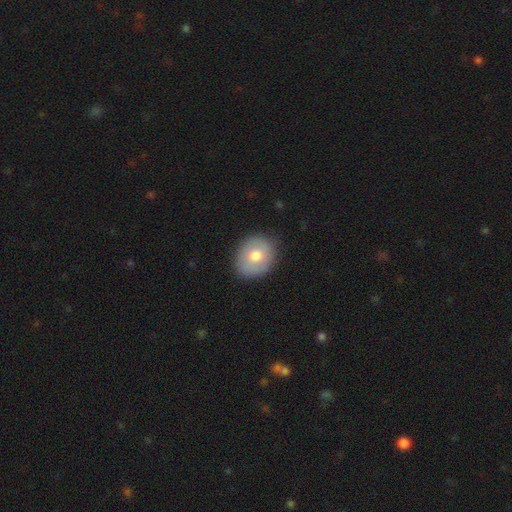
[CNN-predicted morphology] This is likely a smooth galaxy (72%). How rounded: likely round (65%). Merging: clearly none (86%).